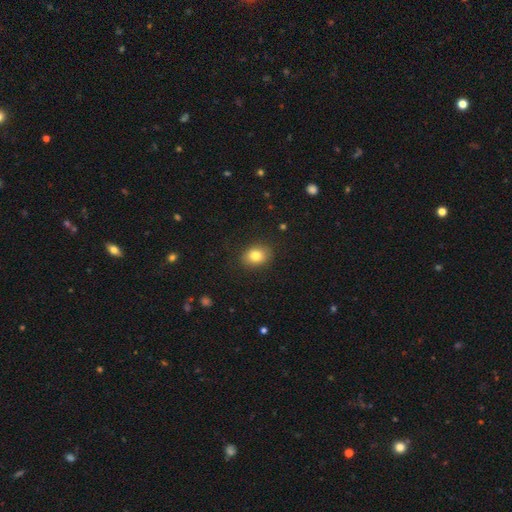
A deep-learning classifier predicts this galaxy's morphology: smooth 81%, star or artifact 10%, featured or disk 9%. Down the decision tree: how rounded — in between (60%); merging — none (87%).